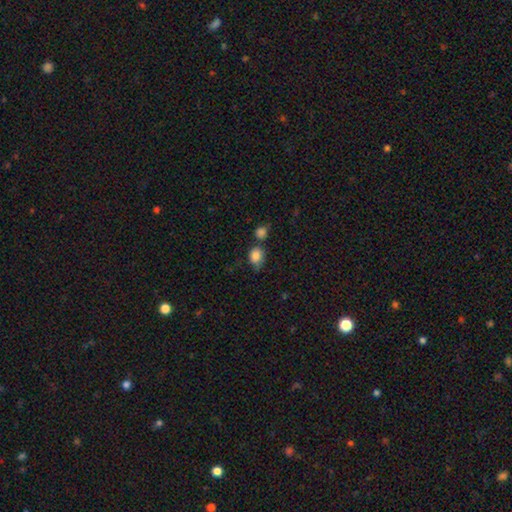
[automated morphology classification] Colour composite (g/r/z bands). It shows a smooth galaxy with no disk features (85%) that is in between round and cigar-shaped (51%). Merging: none (50%).